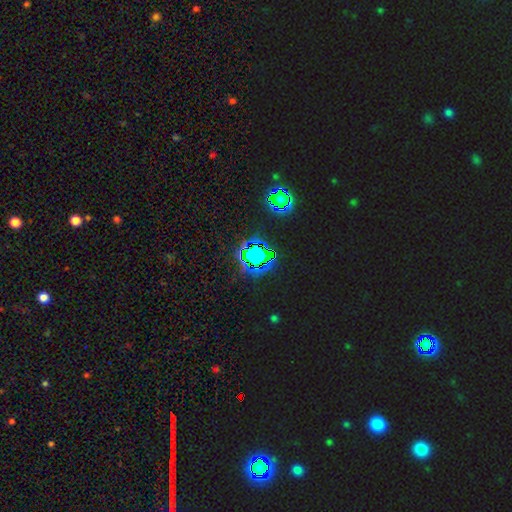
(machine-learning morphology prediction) A star or artifact, not a galaxy (72%).